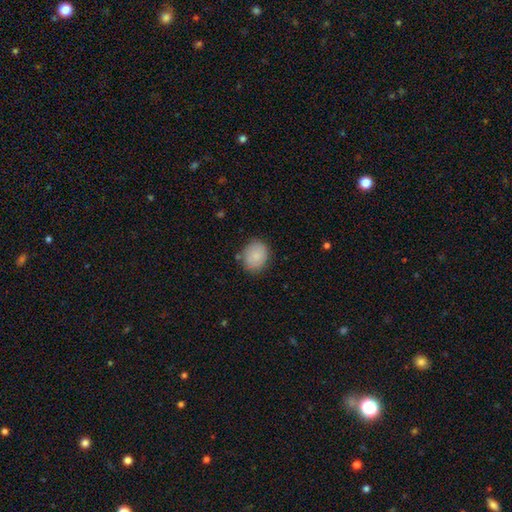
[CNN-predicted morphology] Smooth or featured?
  - smooth: 86% *
  - featured or disk: 7%
  - star or artifact: 7%
How rounded?
  - round: 64% *
  - in between: 35%
  - cigar-shaped: 1%
Merging?
  - none: 80% *
  - minor disturbance: 14%
  - major disturbance: 4%
  - merger: 2%